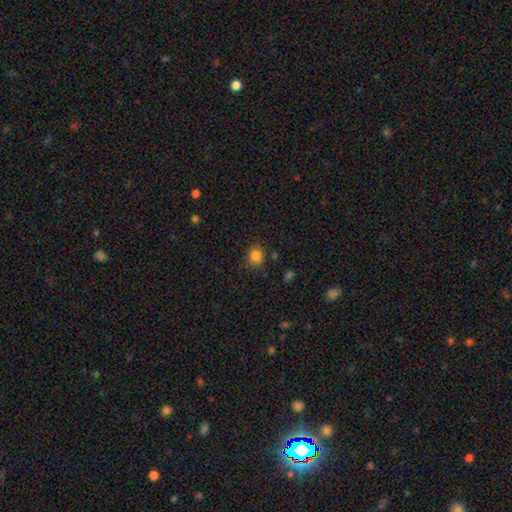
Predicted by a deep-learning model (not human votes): Smooth or featured? Predicted: smooth (p=0.83). How rounded? Predicted: round (p=0.79). Merging? Predicted: none (p=0.82).